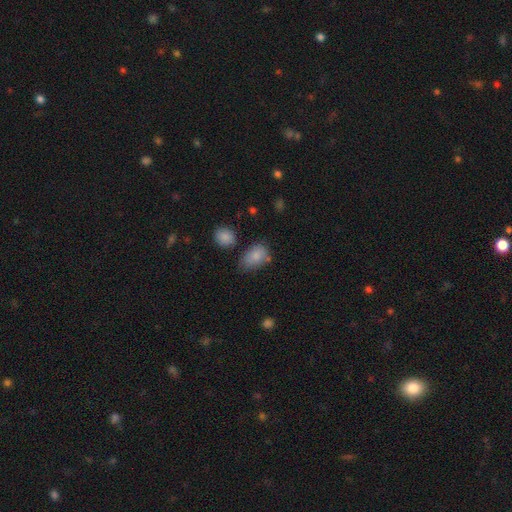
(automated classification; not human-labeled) This appears to be a smooth galaxy with no disk features (83%) that is in between round and cigar-shaped (86%). Merging: none (60%).